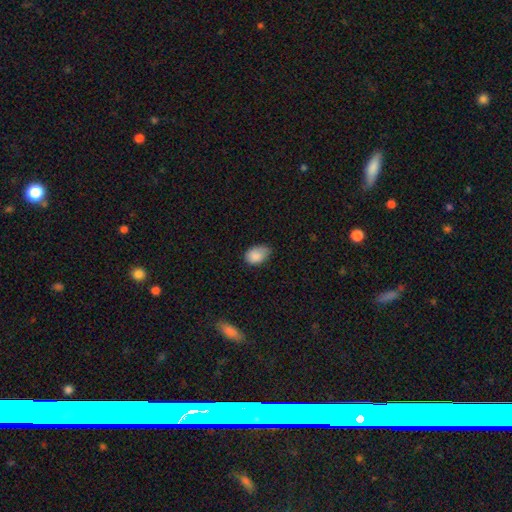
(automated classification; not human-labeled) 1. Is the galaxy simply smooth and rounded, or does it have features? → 87% smooth, 8% star or artifact, 5% featured or disk.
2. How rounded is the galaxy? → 84% in between, 15% round, 1% cigar-shaped.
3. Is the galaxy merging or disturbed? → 55% none, 37% minor disturbance, 6% major disturbance, 2% merger.